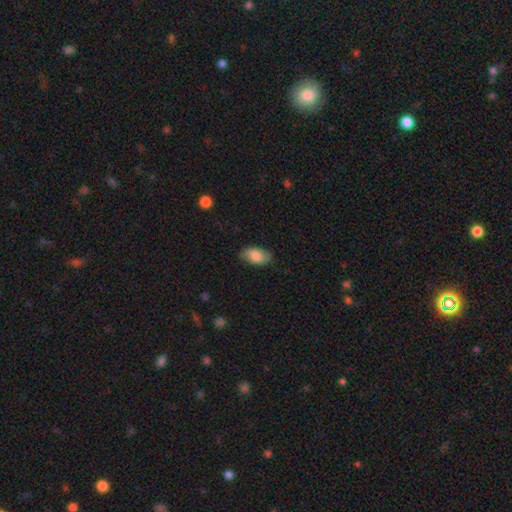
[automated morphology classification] Smooth or featured: smooth — 78% (featured or disk — 15%)
How rounded: in between — 94% (round — 4%)
Merging: none — 79% (minor disturbance — 17%)